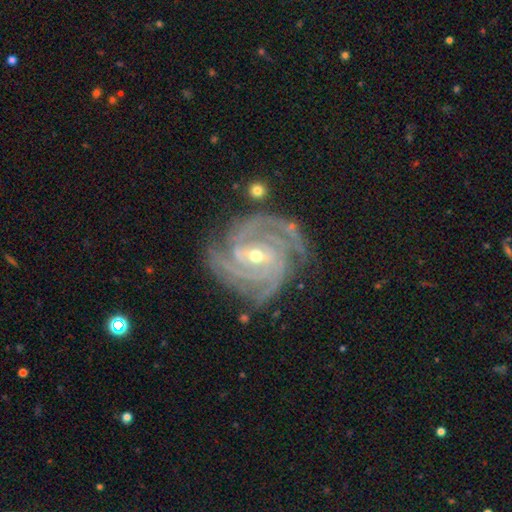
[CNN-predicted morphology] type=featured or disk (92%); edge-on=no (97%); bar=weak (43%); spiral arms=yes (99%); winding=tight (75%); arm count=4 (36%); bulge=small (55%); merging=none (78%).